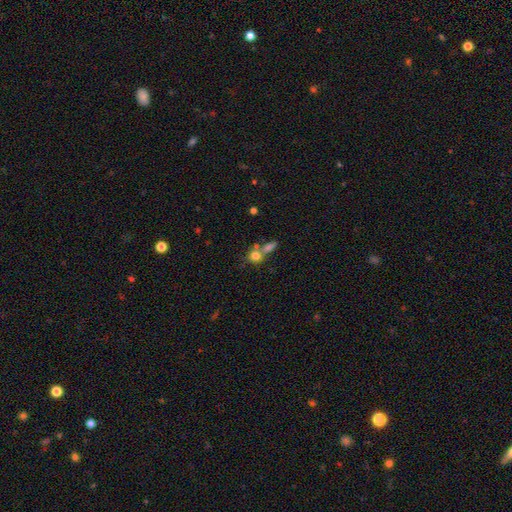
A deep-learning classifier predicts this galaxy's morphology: A smooth galaxy with no disk features (76%) that is round (75%). Merging: merger (44%).